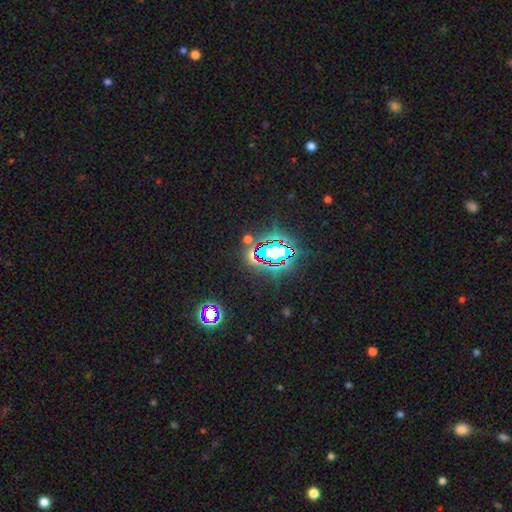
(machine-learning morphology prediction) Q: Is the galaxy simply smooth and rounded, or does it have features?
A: star or artifact — 69%.